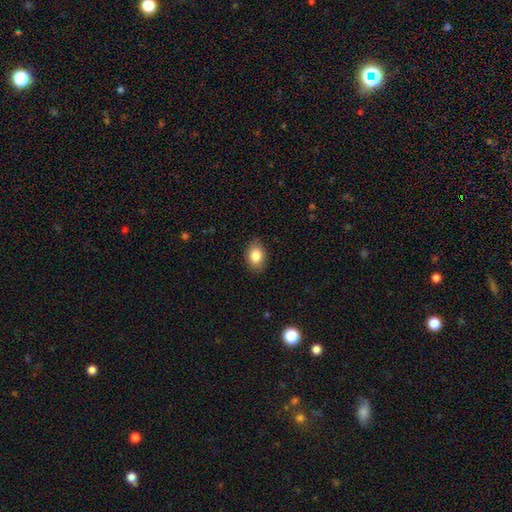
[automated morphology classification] The model was most divided on "how rounded": in between: 76%, round: 23%, cigar-shaped: 1%. More confident: merging — none (85%); smooth or featured — smooth (85%).